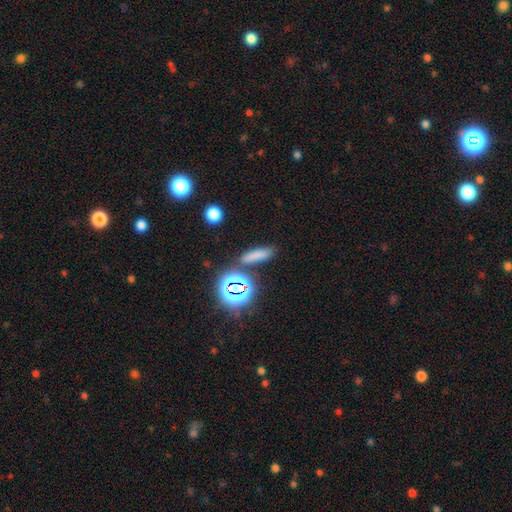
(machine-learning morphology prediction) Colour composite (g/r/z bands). It shows a smooth galaxy with no disk features (72%) that is cigar-shaped (59%). Merging: none (82%).